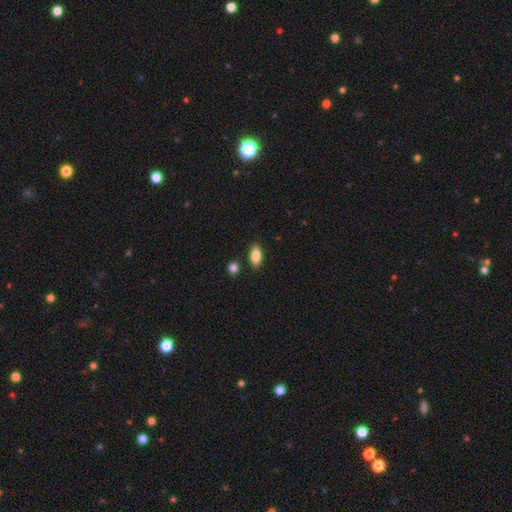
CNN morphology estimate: This is clearly a smooth galaxy (83%). How rounded: clearly in between (86%). Merging: clearly none (87%).